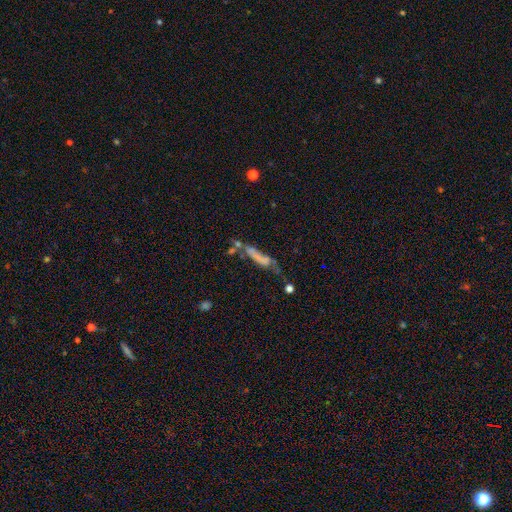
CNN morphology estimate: Smooth or featured?
  - featured or disk: 42% * (tied)
  - smooth: 42% * (tied)
  - star or artifact: 16%
Merging?
  - none: 34% *
  - major disturbance: 24%
  - minor disturbance: 22%
  - merger: 20%